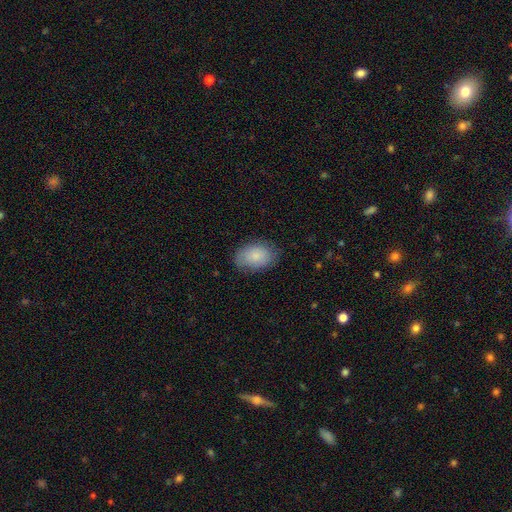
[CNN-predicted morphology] Q: Smooth or featured?
A: smooth (83%); runner-up: featured or disk (11%)
Q: How rounded?
A: in between (86%); runner-up: round (13%)
Q: Merging?
A: none (78%); runner-up: minor disturbance (17%)